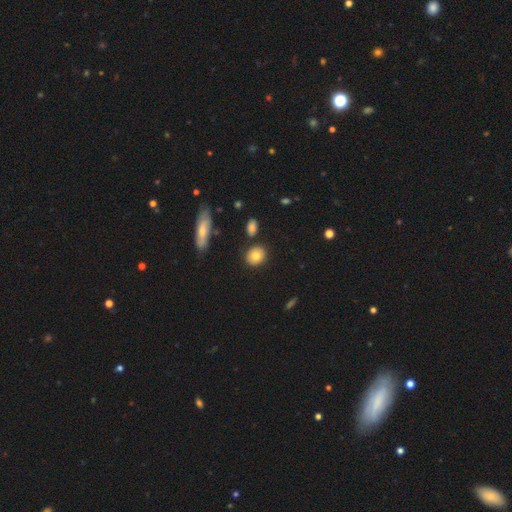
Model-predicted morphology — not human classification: Smooth or featured? Predicted: smooth (p=0.79). How rounded? Predicted: round (p=0.68). Merging? Predicted: none (p=0.84).